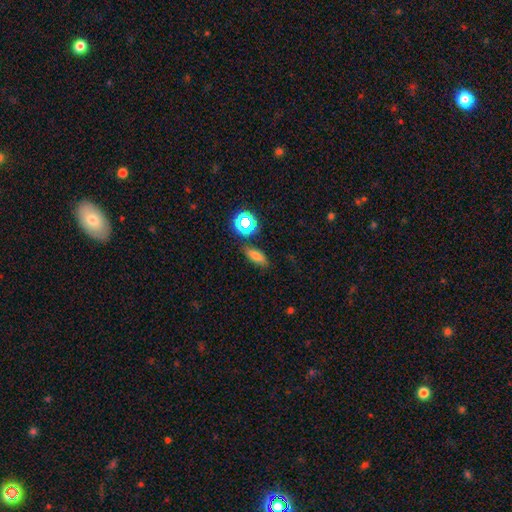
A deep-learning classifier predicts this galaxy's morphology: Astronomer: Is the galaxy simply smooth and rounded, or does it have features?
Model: smooth — 73%.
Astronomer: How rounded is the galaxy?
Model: in between — 68%.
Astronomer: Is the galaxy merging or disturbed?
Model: none — 79%.